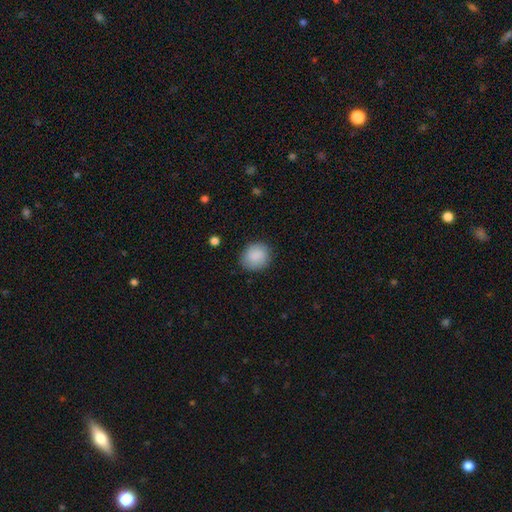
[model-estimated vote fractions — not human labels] Smooth or featured? smooth (88%)
How rounded? round (78%)
Merging? none (85%)